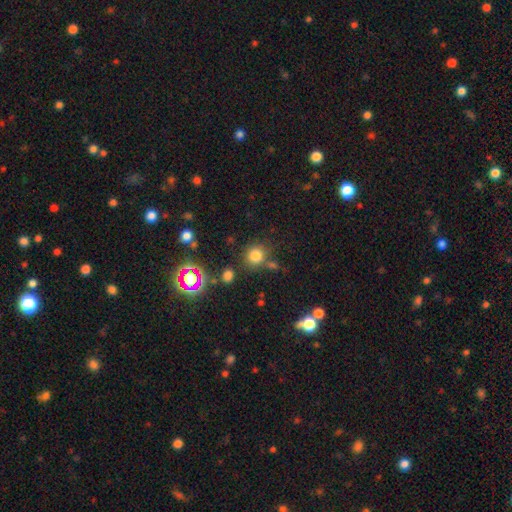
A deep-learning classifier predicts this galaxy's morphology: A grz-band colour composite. It shows a smooth galaxy with no disk features (75%) that is round (86%). Merging: none (73%).